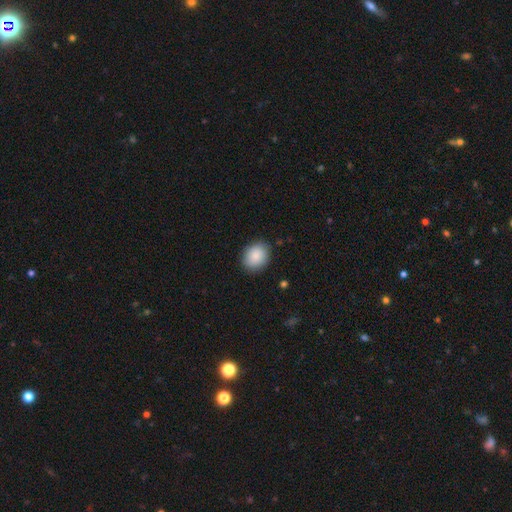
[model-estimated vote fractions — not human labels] This is clearly a smooth galaxy (87%). How rounded: possibly round (51%). Merging: clearly none (85%).